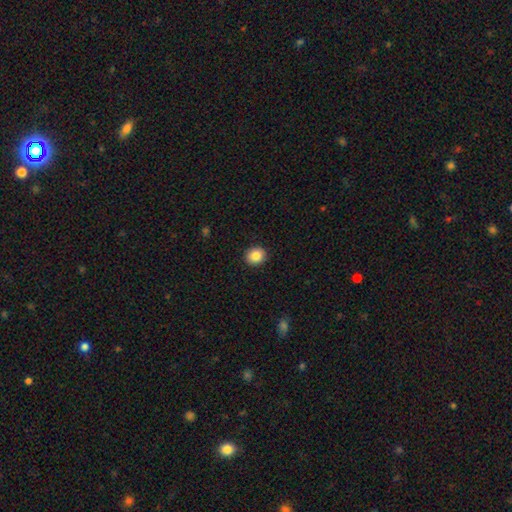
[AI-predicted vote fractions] Smooth or featured? smooth (86%)
How rounded? round (78%)
Merging? none (92%)